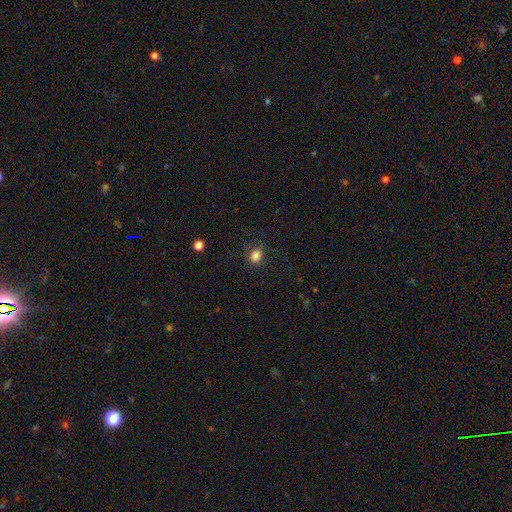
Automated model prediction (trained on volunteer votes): The model was most divided on "how rounded": round: 64%, in between: 35%, cigar-shaped: 1%. More confident: smooth or featured — smooth (84%); merging — none (82%).